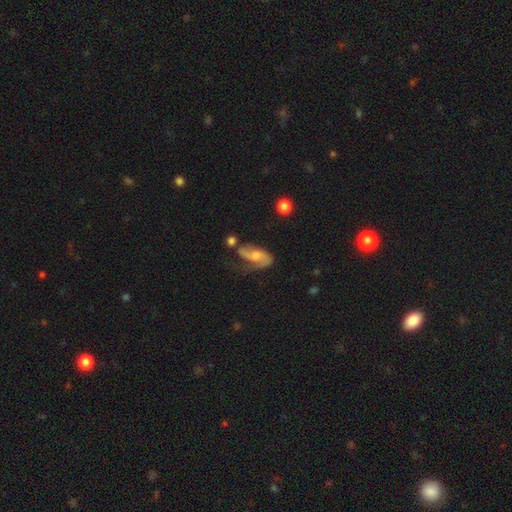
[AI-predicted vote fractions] Smooth or featured: featured or disk — 66% (smooth — 27%)
Edge-on disk: no — 93% (yes — 7%)
Bar: no — 59% (weak — 33%)
Spiral arms: yes — 87% (no — 13%)
Spiral winding: loose — 51% (medium — 36%)
Spiral arm count: 2 — 77% (1 — 10%)
Bulge size: moderate — 49% (small — 37%)
Merging: none — 39% (minor disturbance — 26%)